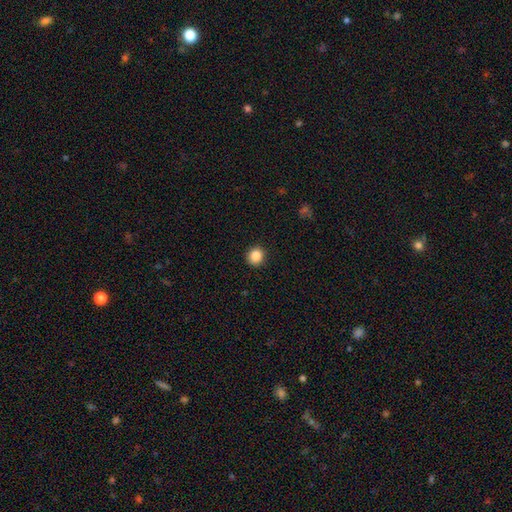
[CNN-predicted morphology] Smooth or featured?
  - smooth: 87% *
  - star or artifact: 10%
  - featured or disk: 4%
How rounded?
  - round: 87% *
  - in between: 12%
  - cigar-shaped: 1%
Merging?
  - none: 91% *
  - minor disturbance: 6%
  - major disturbance: 2%
  - merger: 1%